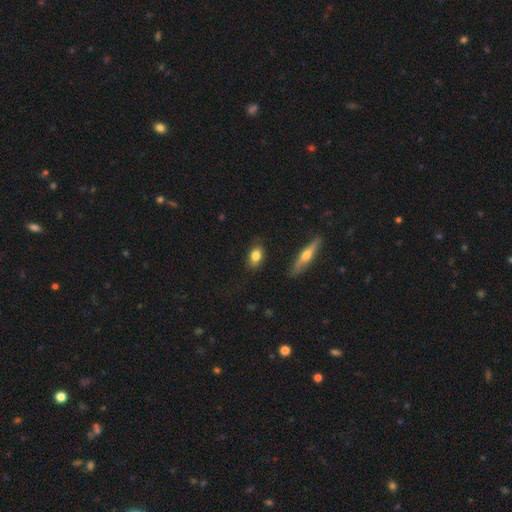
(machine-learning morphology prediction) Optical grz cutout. It shows a smooth galaxy with no disk features (80%) that is in between round and cigar-shaped (78%). Merging: none (84%).